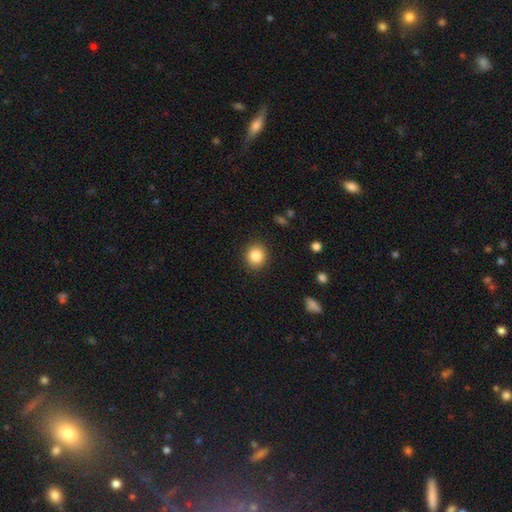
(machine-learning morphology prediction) This is clearly a smooth galaxy (86%). How rounded: clearly round (86%). Merging: clearly none (90%).